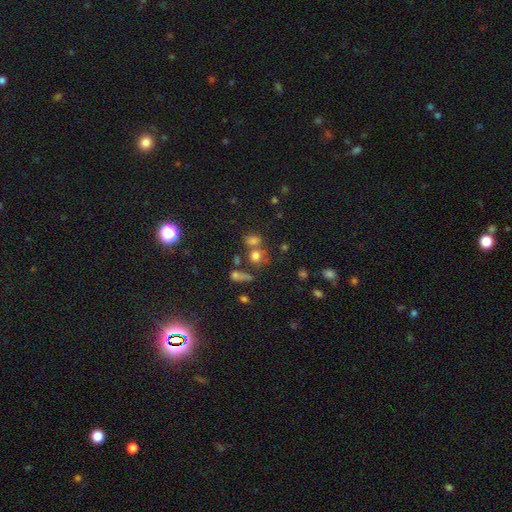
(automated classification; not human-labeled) Smooth or featured? smooth (70%)
How rounded? round (69%)
Merging? none (46%)